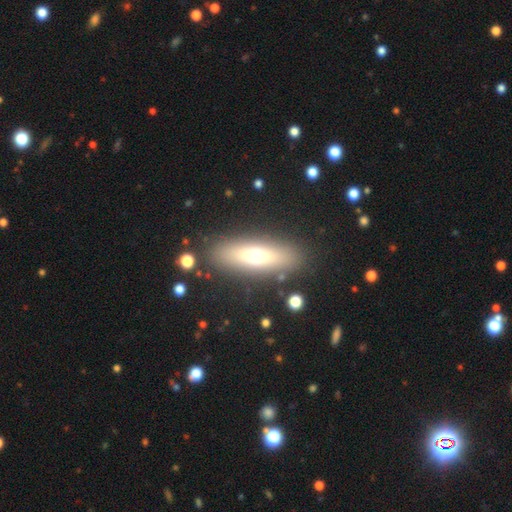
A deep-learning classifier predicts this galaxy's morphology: A smooth galaxy with no disk features (56%) that is cigar-shaped (52%). Merging: none (85%).